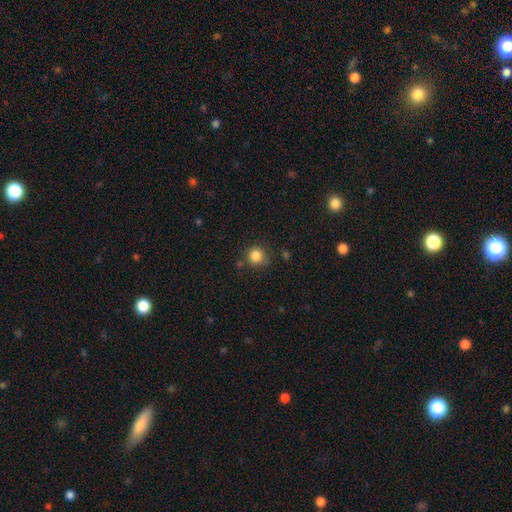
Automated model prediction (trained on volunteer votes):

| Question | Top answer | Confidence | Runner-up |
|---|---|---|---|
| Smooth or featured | smooth | 84% | star or artifact (11%) |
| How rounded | round | 91% | in between (8%) |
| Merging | none | 77% | minor disturbance (14%) |